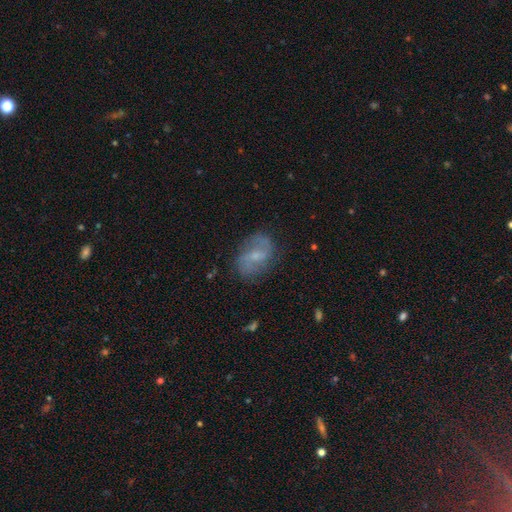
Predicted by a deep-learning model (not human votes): Morphology: type=featured or disk (65%); edge-on=no (96%); bar=weak (54%); spiral arms=yes (86%); winding=loose (43%); arm count=2 (83%); bulge=small (49%); merging=none (73%).